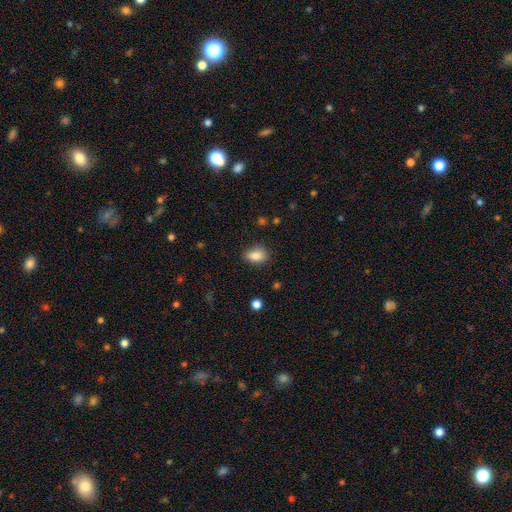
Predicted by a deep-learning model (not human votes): Overall: smooth (85%). How rounded: in between (83%). Merging: none (79%).